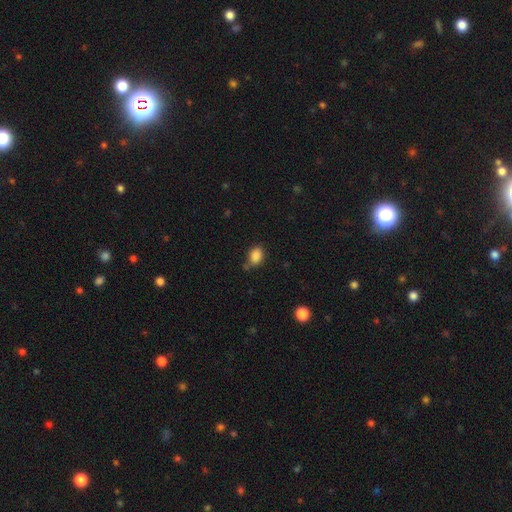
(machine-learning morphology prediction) smooth_or_featured: smooth (p=0.87) [alt: star or artifact p=0.09]
how_rounded: in between (p=0.71) [alt: round p=0.28]
merging: none (p=0.64) [alt: minor disturbance p=0.23]